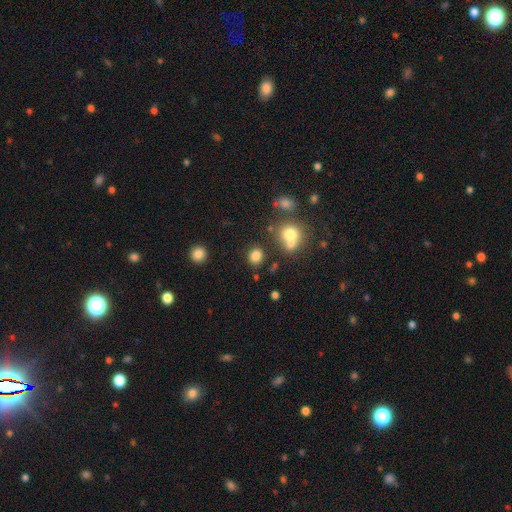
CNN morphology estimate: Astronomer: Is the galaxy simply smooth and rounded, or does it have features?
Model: smooth — 81%.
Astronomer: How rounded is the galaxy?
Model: round — 76%.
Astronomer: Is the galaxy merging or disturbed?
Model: none — 78%.